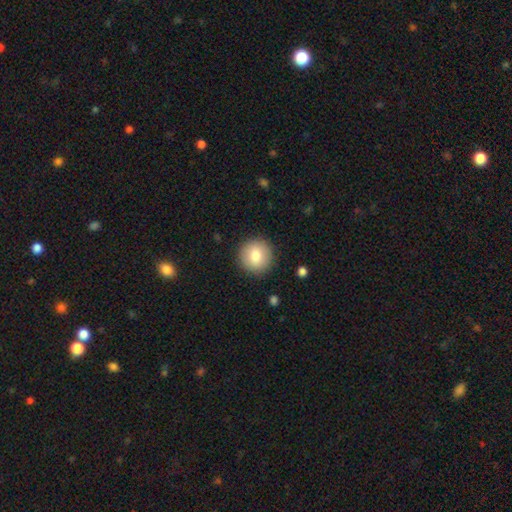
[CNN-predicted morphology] smooth_or_featured: smooth (p=0.81) [alt: featured or disk p=0.11]
how_rounded: round (p=0.94) [alt: in between p=0.05]
merging: none (p=0.90) [alt: minor disturbance p=0.07]